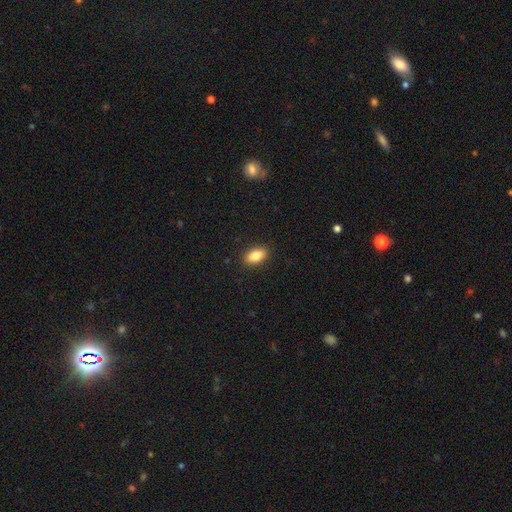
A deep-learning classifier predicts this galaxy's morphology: The model was most divided on "smooth or featured": smooth: 84%, featured or disk: 8%, star or artifact: 8%. More confident: merging — none (90%); how rounded — in between (90%).